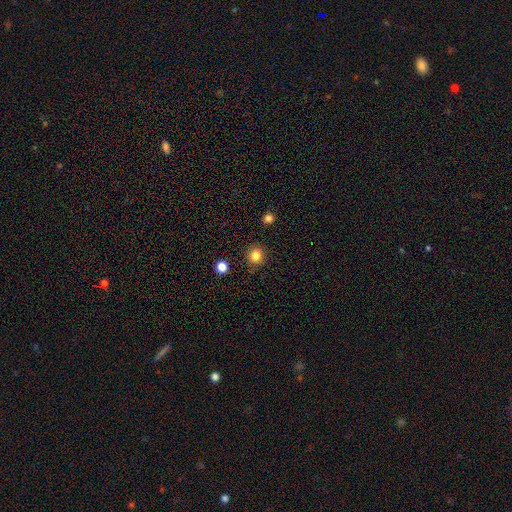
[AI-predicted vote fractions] smooth_or_featured: smooth (p=0.83) [alt: star or artifact p=0.12]
how_rounded: round (p=0.88) [alt: in between p=0.11]
merging: none (p=0.89) [alt: minor disturbance p=0.07]